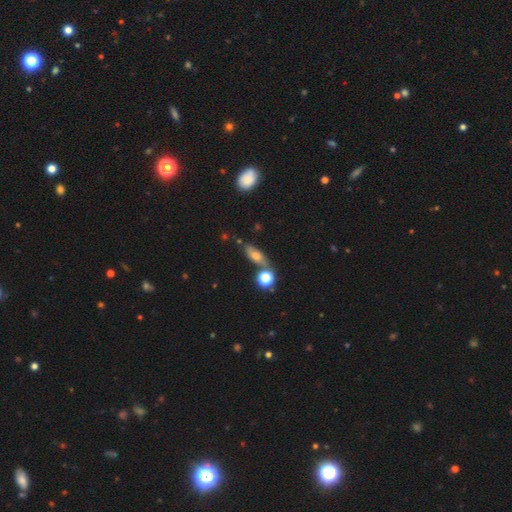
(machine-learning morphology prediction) Overall: smooth (61%; featured or disk 25%). How rounded: in between (65%). Merging: none (62%).